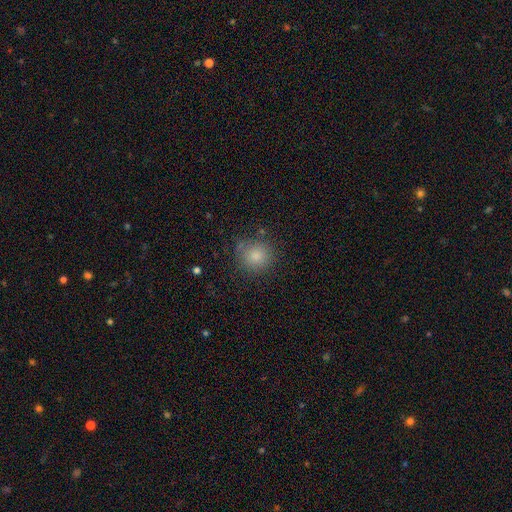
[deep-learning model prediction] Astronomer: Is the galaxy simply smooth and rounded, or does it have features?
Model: smooth — 83%.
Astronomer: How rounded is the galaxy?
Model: round — 91%.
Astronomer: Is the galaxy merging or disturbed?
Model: none — 79%.